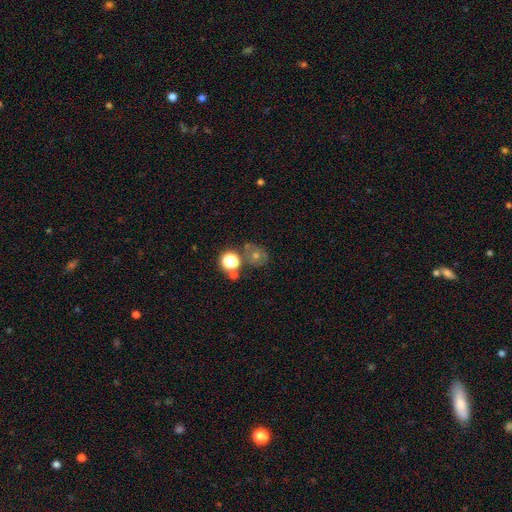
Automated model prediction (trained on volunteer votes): A smooth galaxy with no disk features (42%).

Vote fractions:
- Smooth or featured? smooth: 42% / star or artifact: 33% / featured or disk: 25%
- Merging? none: 68% / minor disturbance: 13% / merger: 12% / major disturbance: 7%